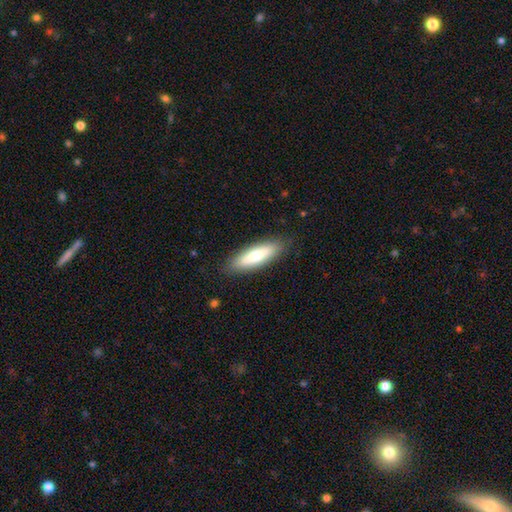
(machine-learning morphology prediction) Smooth or featured?
  - smooth: 64% *
  - featured or disk: 30%
  - star or artifact: 6%
How rounded?
  - cigar-shaped: 54% *
  - in between: 44%
  - round: 2%
Merging?
  - none: 87% *
  - minor disturbance: 10%
  - major disturbance: 2%
  - merger: 1%